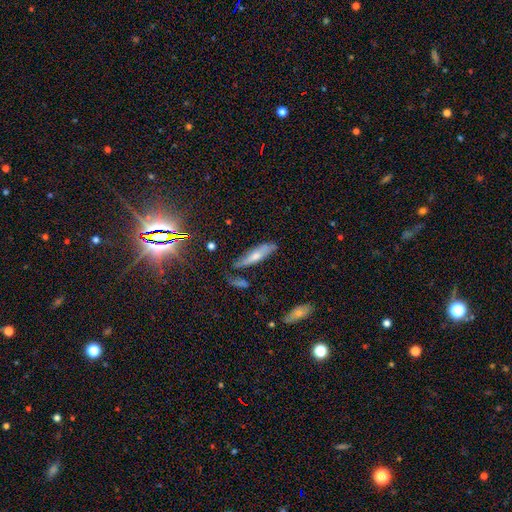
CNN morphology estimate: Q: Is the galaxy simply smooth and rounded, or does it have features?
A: smooth — 57%.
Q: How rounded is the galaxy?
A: cigar-shaped — 72%.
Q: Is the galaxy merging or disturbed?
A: none — 65%.